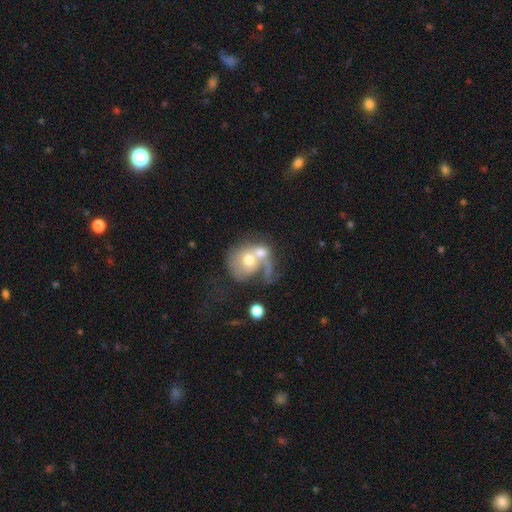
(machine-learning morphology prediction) Smooth or featured: featured or disk — 48% (smooth — 44%)
Merging: merger — 63% (none — 15%)